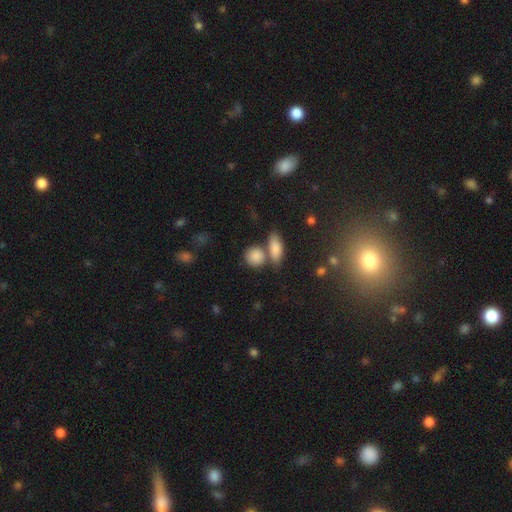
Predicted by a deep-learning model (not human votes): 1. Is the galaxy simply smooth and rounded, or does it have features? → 85% smooth, 8% star or artifact, 7% featured or disk.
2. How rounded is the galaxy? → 67% round, 28% in between, 6% cigar-shaped.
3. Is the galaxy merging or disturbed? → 53% none, 31% merger, 11% minor disturbance, 5% major disturbance.